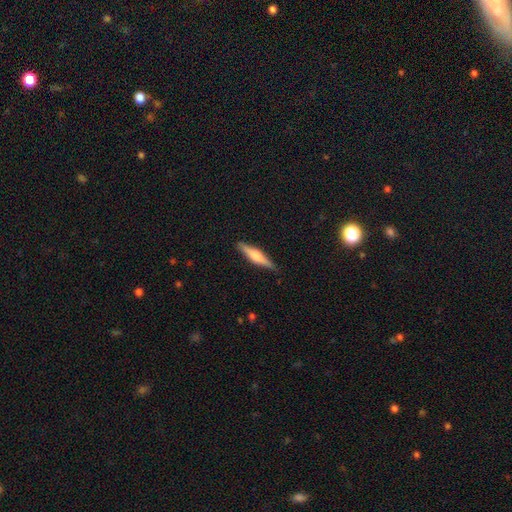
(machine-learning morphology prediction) Smooth or featured? Predicted: featured or disk (p=0.57). Edge-on disk? Predicted: yes (p=0.97). Edge-on bulge? Predicted: rounded (p=0.82). Merging? Predicted: none (p=0.88).